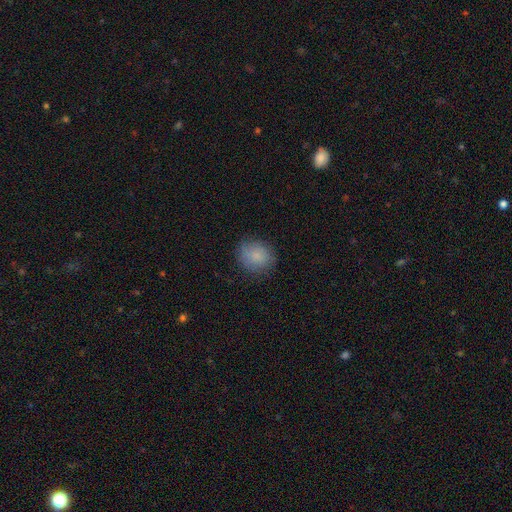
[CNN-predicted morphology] A smooth galaxy with no disk features (83%) that is round (74%).

Vote fractions:
- Smooth or featured? smooth: 83% / star or artifact: 9% / featured or disk: 8%
- How rounded? round: 74% / in between: 25% / cigar-shaped: 1%
- Merging? none: 81% / minor disturbance: 14% / major disturbance: 4% / merger: 1%